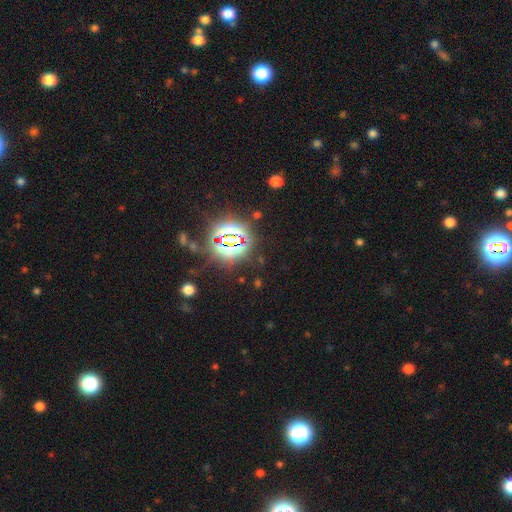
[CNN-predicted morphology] star or artifact 82%, smooth 11%, featured or disk 7%.